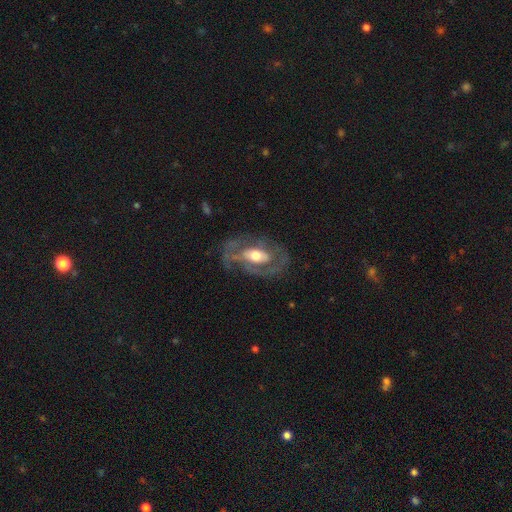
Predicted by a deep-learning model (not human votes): Smooth or featured? featured or disk (77%)
Edge-on disk? no (93%)
Bar? no (51%)
Spiral arms? yes (69%)
Bulge size? moderate (63%)
Merging? none (66%)